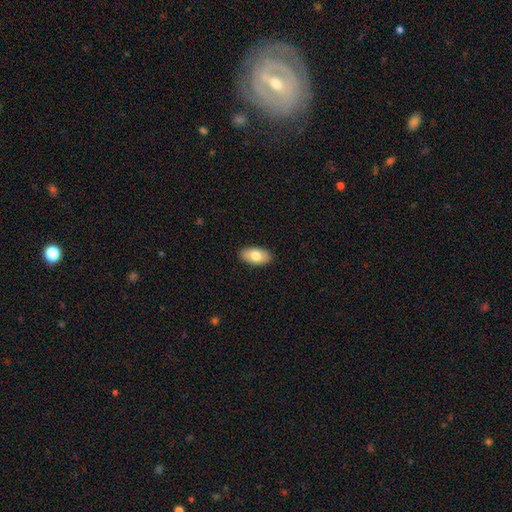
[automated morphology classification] smooth-or-featured: smooth: 79% | featured or disk: 15% | star or artifact: 6%
  how-rounded: in between: 94% | round: 4% | cigar-shaped: 2%
  merging: none: 89% | minor disturbance: 8% | major disturbance: 2% | merger: 1%